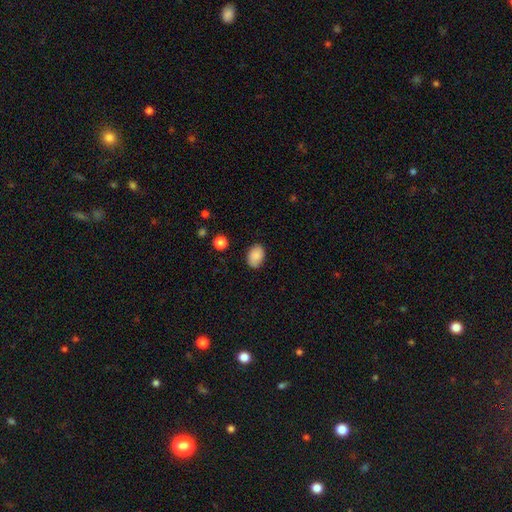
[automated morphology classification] smooth_or_featured: smooth (p=0.88) [alt: star or artifact p=0.07]
how_rounded: in between (p=0.80) [alt: round p=0.19]
merging: none (p=0.84) [alt: minor disturbance p=0.12]